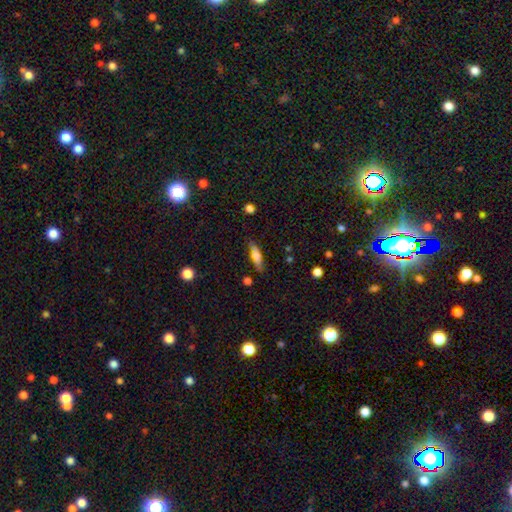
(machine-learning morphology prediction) Smooth or featured: smooth — 59% (featured or disk — 33%)
How rounded: cigar-shaped — 66% (in between — 32%)
Merging: none — 78% (minor disturbance — 15%)